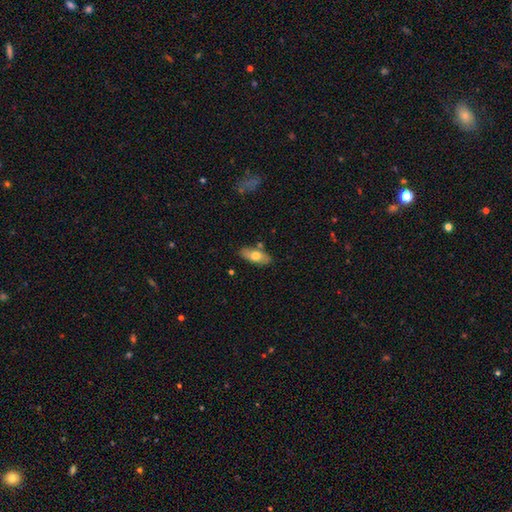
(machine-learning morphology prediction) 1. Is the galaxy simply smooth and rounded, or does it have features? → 65% smooth, 29% featured or disk, 6% star or artifact.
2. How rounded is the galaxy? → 83% in between, 14% cigar-shaped, 3% round.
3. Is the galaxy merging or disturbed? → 80% none, 12% minor disturbance, 6% merger, 3% major disturbance.